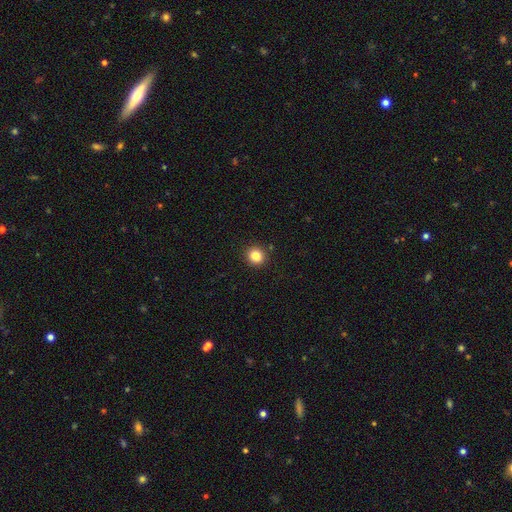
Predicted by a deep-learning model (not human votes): Morphology: type=smooth (85%); roundness=round (89%); merging=none (90%).